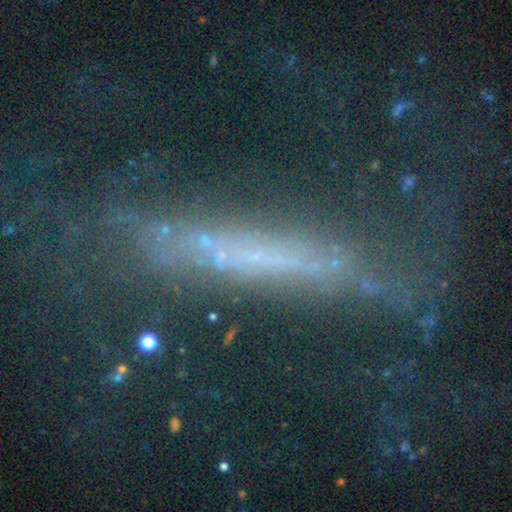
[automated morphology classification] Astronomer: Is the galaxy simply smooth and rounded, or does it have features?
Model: featured or disk — 46% (runner-up: star or artifact, 30%).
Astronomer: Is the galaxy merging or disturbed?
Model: none — 53%.